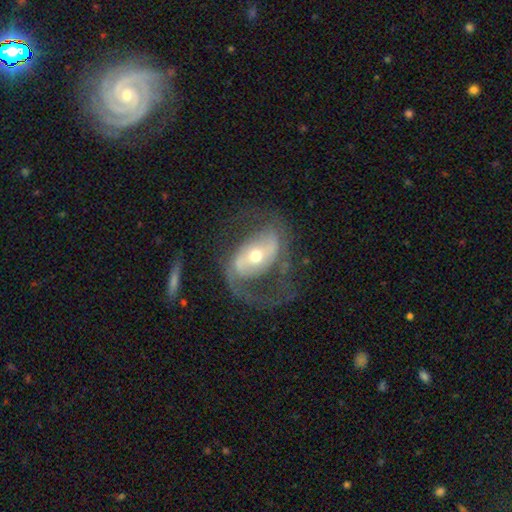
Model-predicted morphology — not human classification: A featured or disk galaxy (84%) with a strong bar (37%), 2 (84%) medium (47%) spiral arms (89%) and a moderate central bulge (59%).

Vote fractions:
- Smooth or featured? featured or disk: 84% / smooth: 10% / star or artifact: 5%
- Edge-on disk? no: 96% / yes: 4%
- Bar? strong: 37% / weak: 34% / no: 29%
- Spiral arms? yes: 89% / no: 11%
- Spiral winding? medium: 47% / loose: 37% / tight: 15%
- Spiral arm count? 2: 84% / 1: 8% / can't tell: 5% / 3: 1% / 4: 1% / more than 4: 1%
- Bulge size? moderate: 59% / small: 34% / large: 5% / dominant: 1% / none: 1%
- Merging? none: 59% / major disturbance: 24% / minor disturbance: 15% / merger: 2%